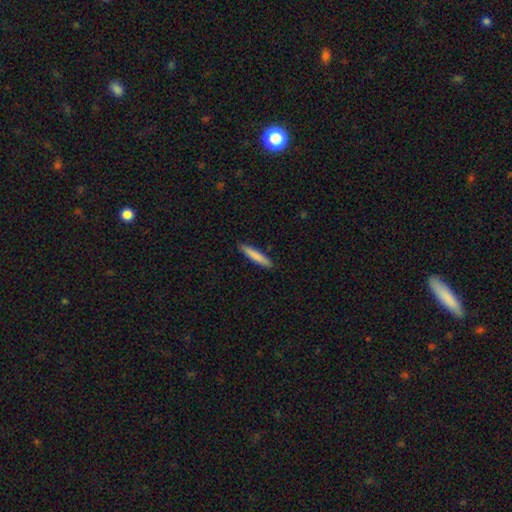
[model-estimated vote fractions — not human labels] Q: Smooth or featured?
A: smooth (83%); runner-up: featured or disk (12%)
Q: How rounded?
A: cigar-shaped (91%); runner-up: in between (8%)
Q: Merging?
A: none (89%); runner-up: minor disturbance (8%)